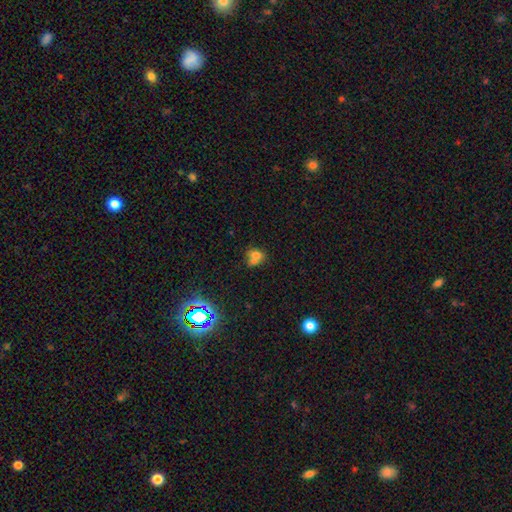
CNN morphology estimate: This appears to be a smooth galaxy with no disk features (68%) that is round (52%). Merging: merger (51%).